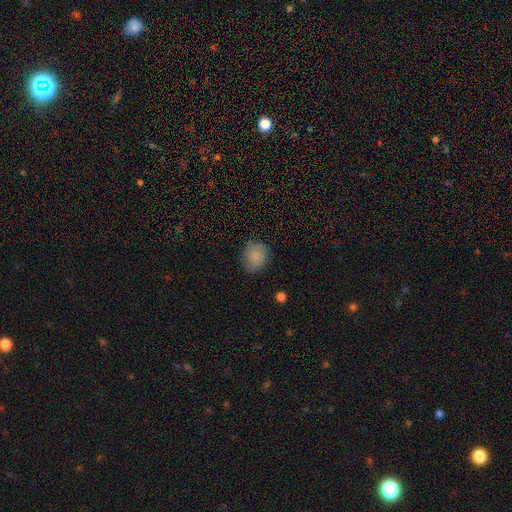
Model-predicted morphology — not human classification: smooth 85%, star or artifact 9%, featured or disk 6%. Down the decision tree: how rounded — round (60%); merging — none (76%).